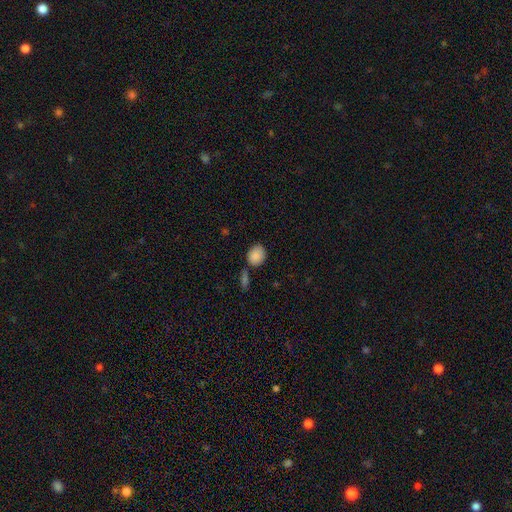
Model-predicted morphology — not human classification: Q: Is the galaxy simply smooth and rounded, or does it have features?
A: smooth — 88%.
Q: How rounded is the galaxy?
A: round — 51%.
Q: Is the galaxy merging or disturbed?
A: none — 71%.